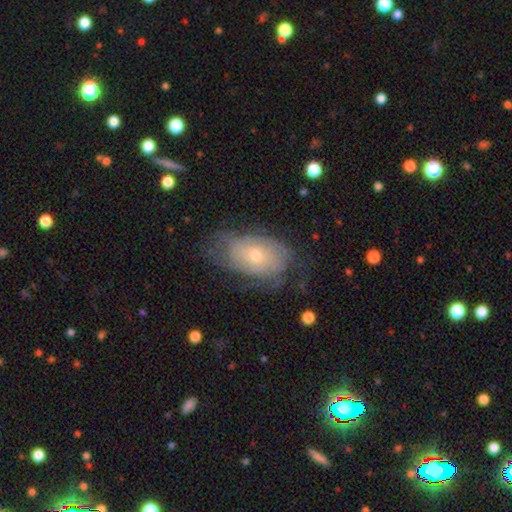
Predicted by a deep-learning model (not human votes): This is likely a featured or disk galaxy (61%). It is clearly not viewed edge-on (94%). Bar: clearly no (80%). Spiral arm pattern: likely yes (74%). Central bulge: possibly small (58%). Merging: possibly none (55%).